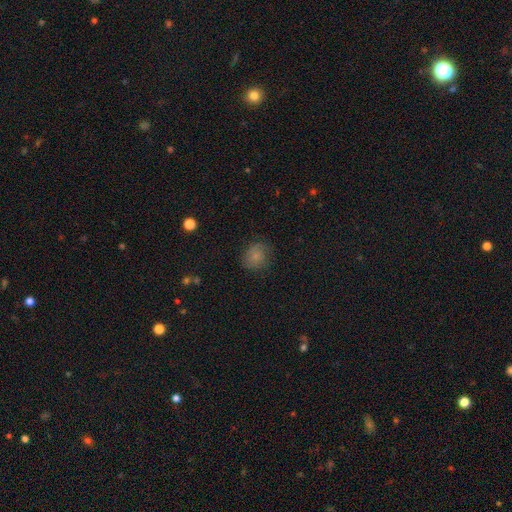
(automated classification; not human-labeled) smooth 71%, featured or disk 17%, star or artifact 11%. Down the decision tree: how rounded — round (72%); merging — none (71%).